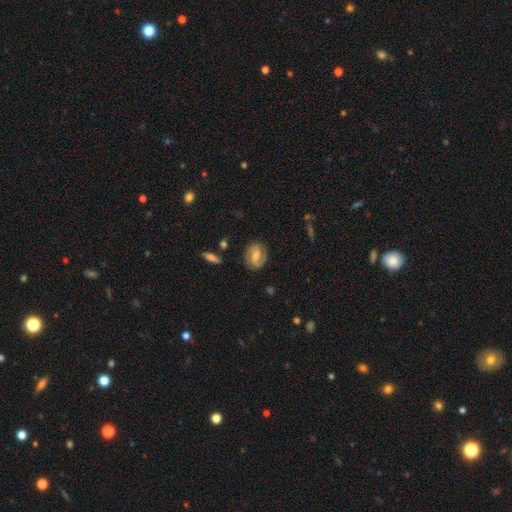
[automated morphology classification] Smooth or featured: featured or disk — 64% (smooth — 29%)
Edge-on disk: no — 96% (yes — 4%)
Bar: weak — 48% (no — 28%)
Spiral arms: yes — 89% (no — 11%)
Spiral winding: medium — 43% (tight — 36%)
Spiral arm count: 2 — 85% (can't tell — 8%)
Bulge size: moderate — 53% (small — 32%)
Merging: none — 81% (minor disturbance — 13%)